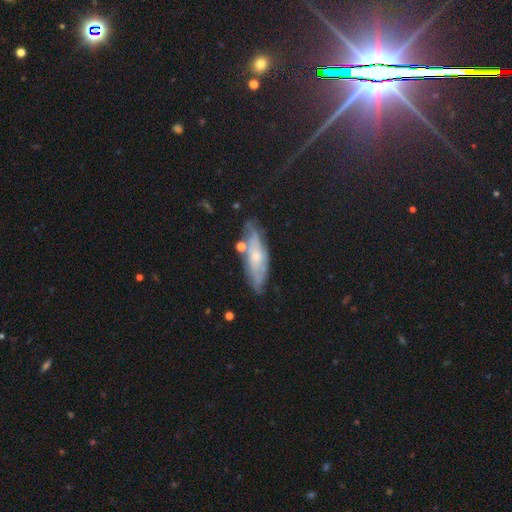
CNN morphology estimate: Overall: featured or disk (55%; smooth 32%). Edge-on disk: no (61%; yes 39%). Merging: none (71%).